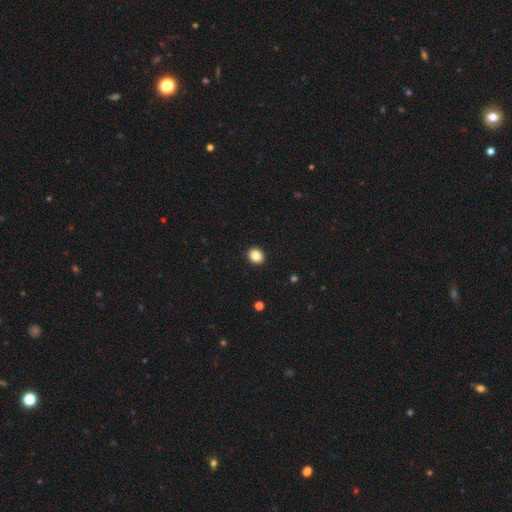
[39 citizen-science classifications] This is clearly a smooth galaxy (85%). How rounded: likely round (64%). Merging: clearly none (95%).